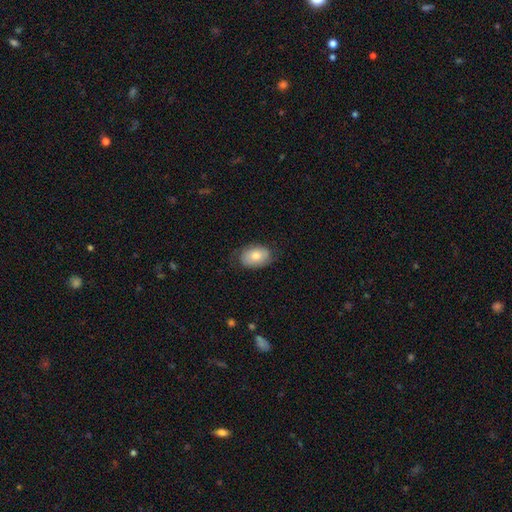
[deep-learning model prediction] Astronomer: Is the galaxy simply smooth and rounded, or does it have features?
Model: smooth — 74%.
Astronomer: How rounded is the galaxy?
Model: in between — 83%.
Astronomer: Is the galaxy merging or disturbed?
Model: none — 72%.